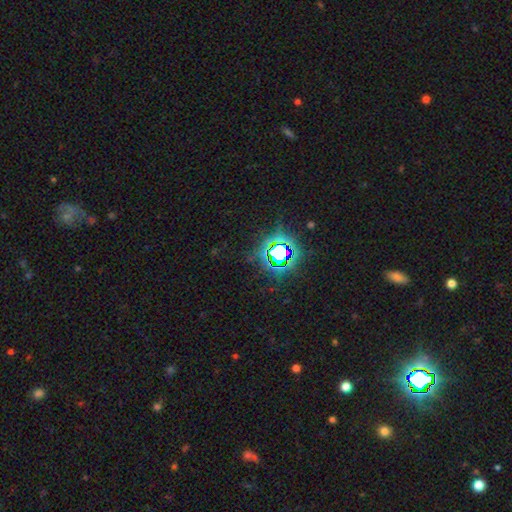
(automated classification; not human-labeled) A star or artifact, not a galaxy (80%).